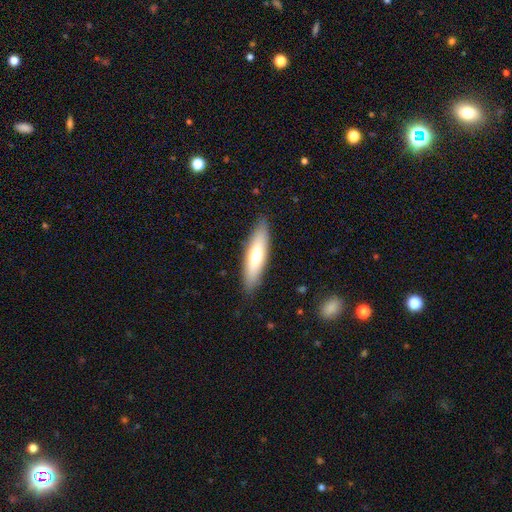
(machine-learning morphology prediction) A smooth galaxy with no disk features (67%) that is cigar-shaped (68%). Merging: none (88%).